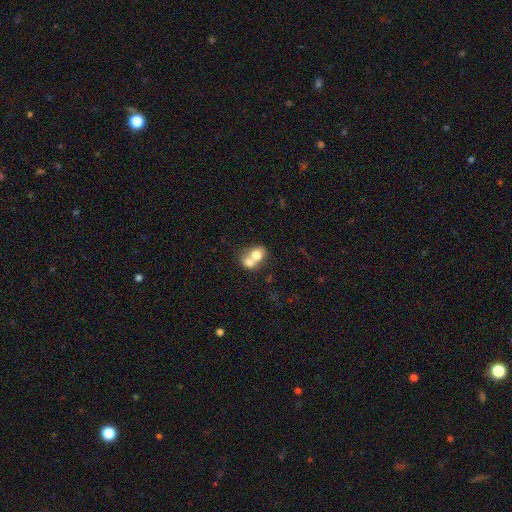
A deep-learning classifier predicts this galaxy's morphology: Smooth or featured? Predicted: smooth (p=0.70). How rounded? Predicted: round (p=0.55). Merging? Predicted: merger (p=0.72).